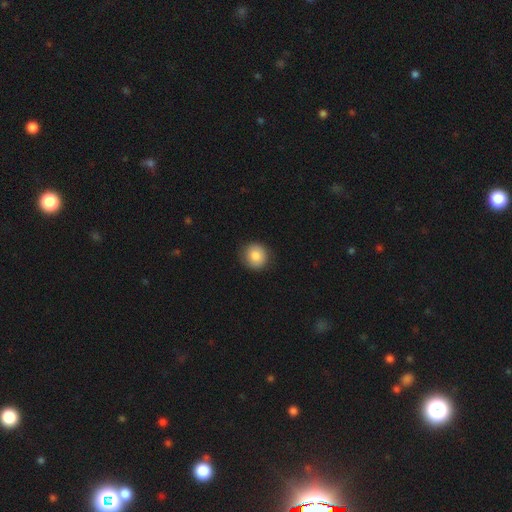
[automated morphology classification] A smooth galaxy with no disk features (85%) that is round (88%). Merging: none (87%).